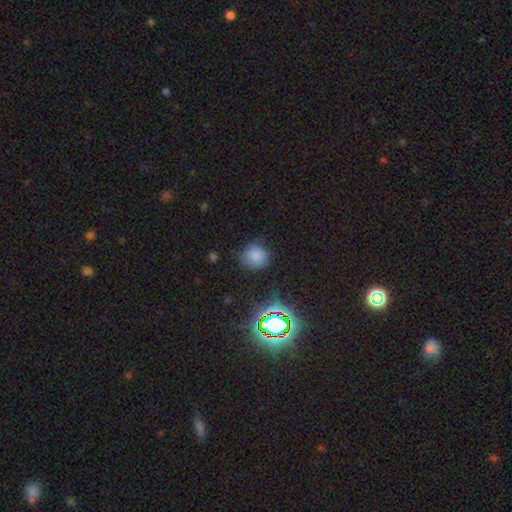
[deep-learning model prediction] Smooth or featured?
  - smooth: 75% *
  - star or artifact: 18%
  - featured or disk: 7%
How rounded?
  - round: 78% *
  - in between: 21%
  - cigar-shaped: 1%
Merging?
  - none: 73% *
  - minor disturbance: 19%
  - major disturbance: 6%
  - merger: 2%